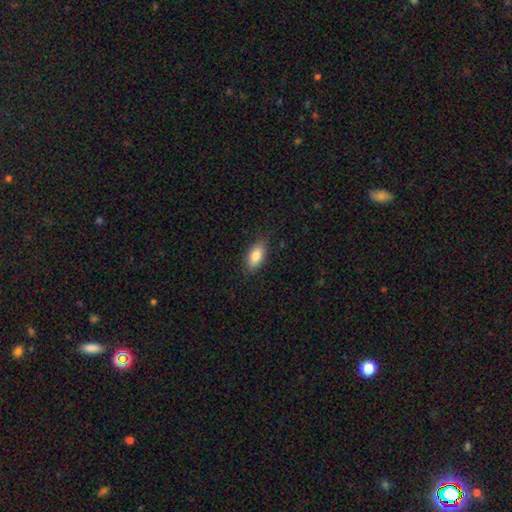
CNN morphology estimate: A smooth galaxy with no disk features (83%) that is in between round and cigar-shaped (89%).

Vote fractions:
- Smooth or featured? smooth: 83% / featured or disk: 10% / star or artifact: 7%
- How rounded? in between: 89% / cigar-shaped: 7% / round: 4%
- Merging? none: 84% / minor disturbance: 12% / major disturbance: 3% / merger: 1%